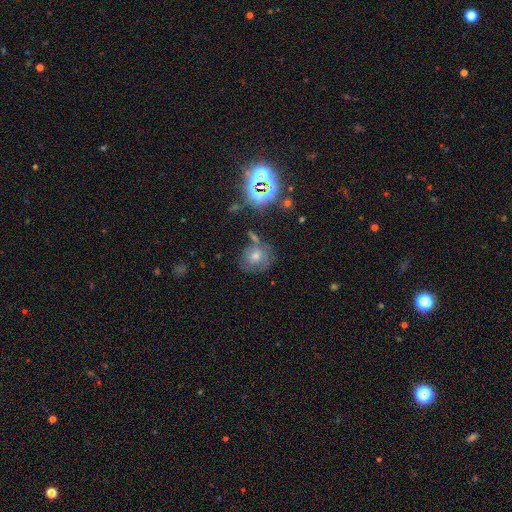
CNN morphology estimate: Smooth or featured?
  - featured or disk: 37% *
  - star or artifact: 33%
  - smooth: 31%
Merging?
  - none: 66% *
  - minor disturbance: 18%
  - major disturbance: 9%
  - merger: 7%